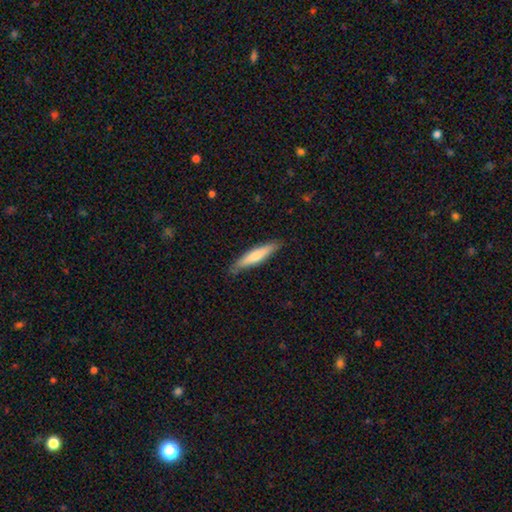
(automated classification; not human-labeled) Overall: smooth (65%; featured or disk 30%). How rounded: cigar-shaped (86%). Merging: none (85%).